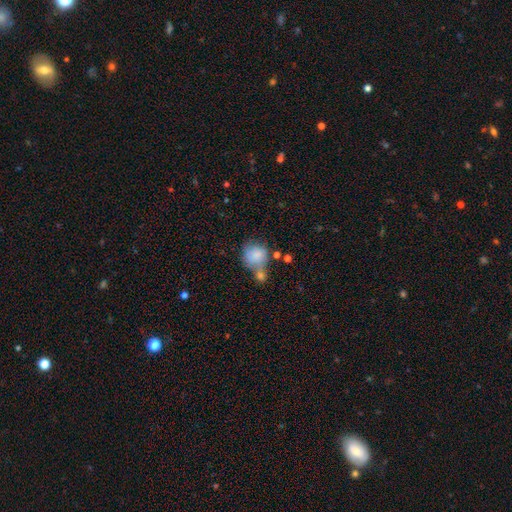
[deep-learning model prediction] Smooth or featured?
  - smooth: 80% *
  - featured or disk: 13%
  - star or artifact: 8%
How rounded?
  - round: 75% *
  - in between: 24%
  - cigar-shaped: 1%
Merging?
  - merger: 41% *
  - none: 31%
  - minor disturbance: 18%
  - major disturbance: 10%